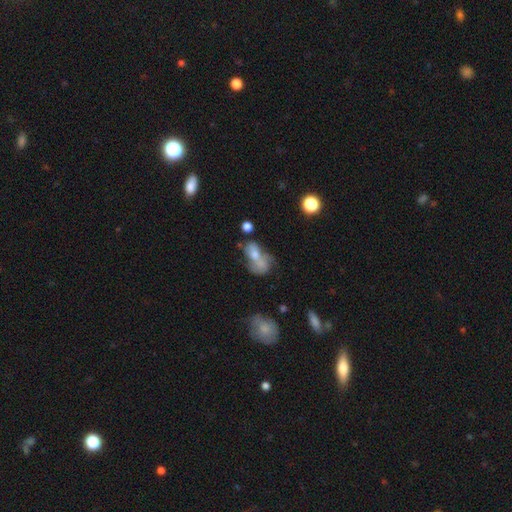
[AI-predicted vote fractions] smooth-or-featured: smooth: 56% | featured or disk: 30% | star or artifact: 13%
  how-rounded: in between: 79% | round: 17% | cigar-shaped: 4%
  merging: merger: 49% | none: 22% | major disturbance: 15% | minor disturbance: 14%